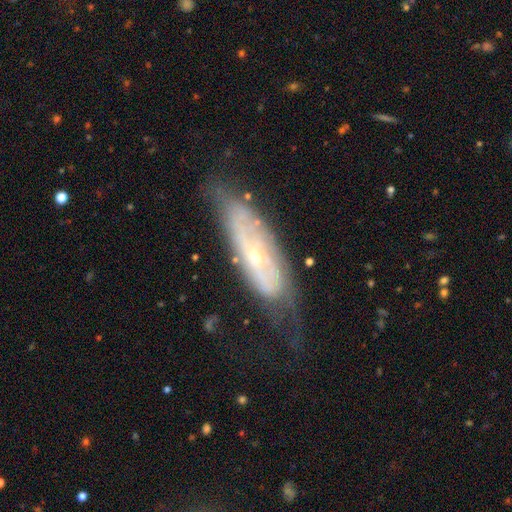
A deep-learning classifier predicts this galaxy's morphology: Q: Smooth or featured?
A: featured or disk (72%); runner-up: smooth (21%)
Q: Edge-on disk?
A: no (76%); runner-up: yes (24%)
Q: Bar?
A: no (71%); runner-up: weak (22%)
Q: Spiral arms?
A: yes (72%); runner-up: no (28%)
Q: Bulge size?
A: small (72%); runner-up: moderate (24%)
Q: Merging?
A: none (51%); runner-up: minor disturbance (30%)